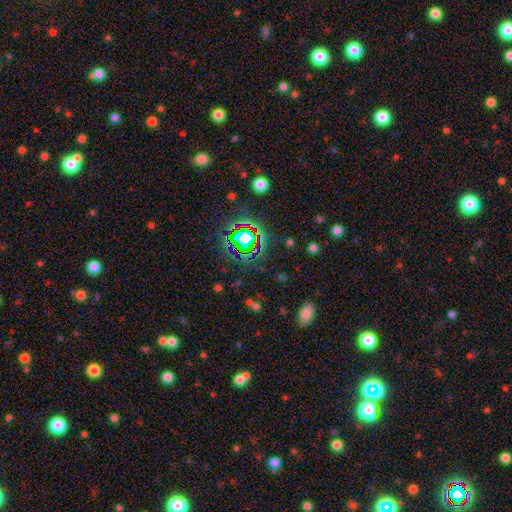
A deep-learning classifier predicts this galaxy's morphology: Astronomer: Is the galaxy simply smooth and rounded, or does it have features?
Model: star or artifact — 75%.